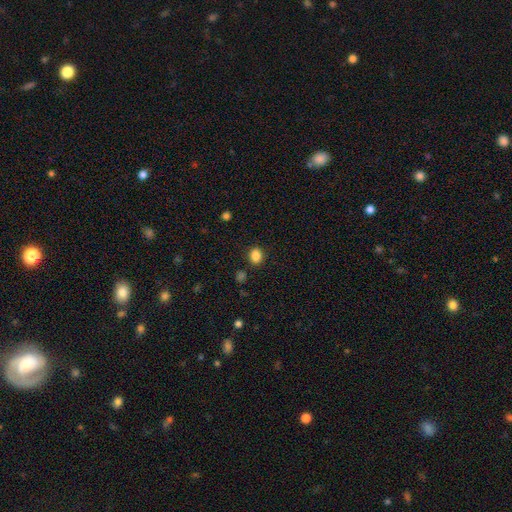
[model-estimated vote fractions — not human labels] Smooth or featured? smooth (86%)
How rounded? round (66%)
Merging? none (88%)